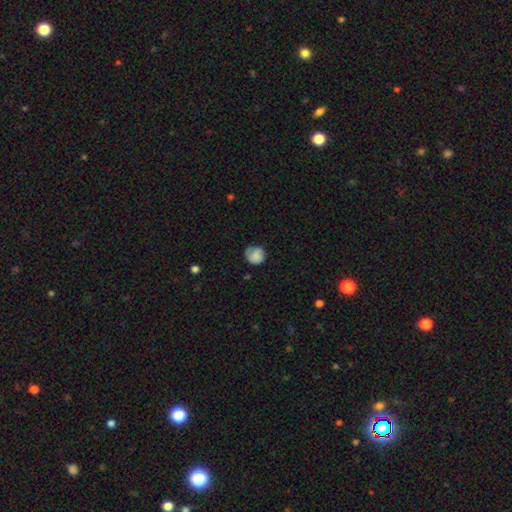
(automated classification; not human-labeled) Smooth or featured? Predicted: smooth (p=0.78). How rounded? Predicted: round (p=0.83). Merging? Predicted: none (p=0.64).